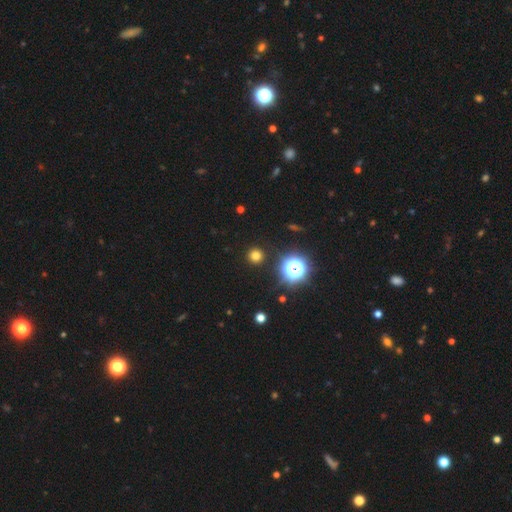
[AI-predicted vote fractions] Smooth or featured? Predicted: smooth (p=0.73). How rounded? Predicted: round (p=0.96). Merging? Predicted: none (p=0.92).